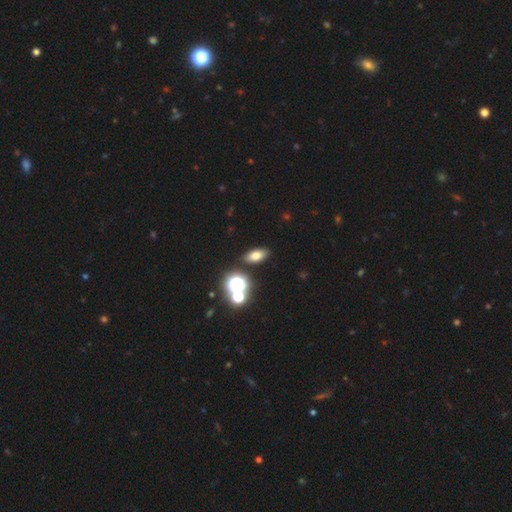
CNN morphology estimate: This appears to be a smooth galaxy with no disk features (69%) that is in between round and cigar-shaped (78%). Merging: none (86%).